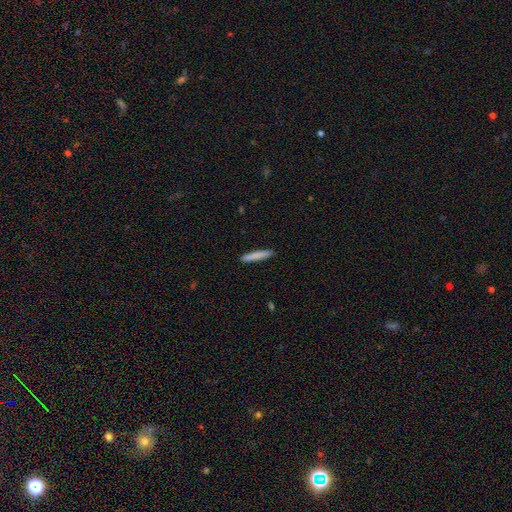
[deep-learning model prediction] The model was most divided on "smooth or featured": smooth: 81%, featured or disk: 13%, star or artifact: 6%. More confident: how rounded — cigar-shaped (95%); merging — none (91%).